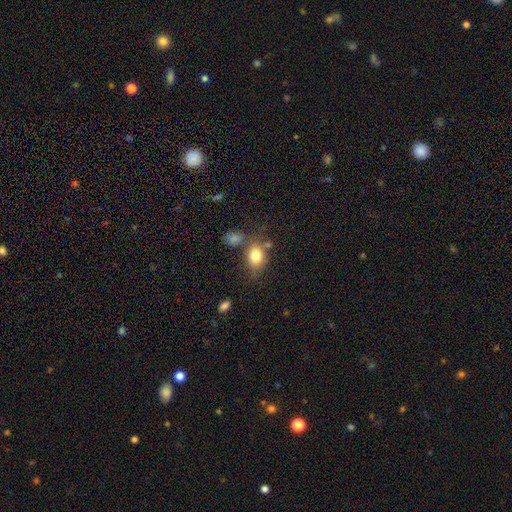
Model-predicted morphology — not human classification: Smooth or featured?
  - smooth: 80% *
  - featured or disk: 10%
  - star or artifact: 10%
How rounded?
  - in between: 66% *
  - round: 32%
  - cigar-shaped: 1%
Merging?
  - none: 60% *
  - minor disturbance: 18%
  - merger: 16%
  - major disturbance: 6%